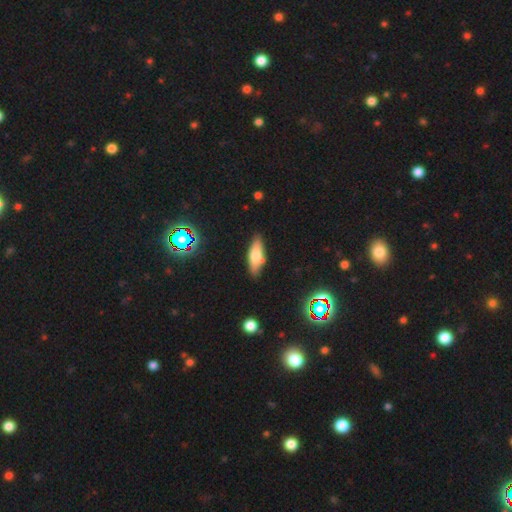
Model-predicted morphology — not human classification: Smooth or featured? smooth (65%)
How rounded? in between (63%)
Merging? none (81%)